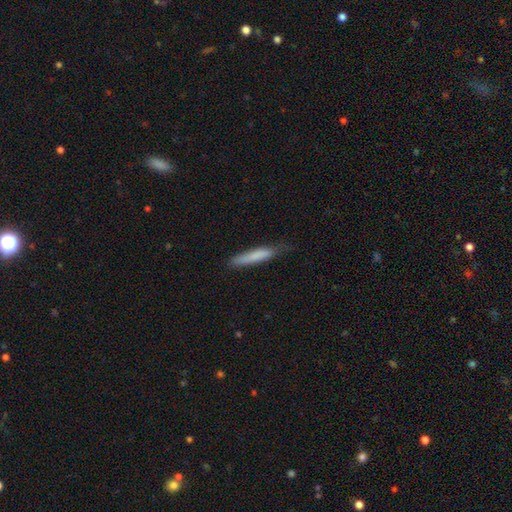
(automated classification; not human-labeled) The model was most divided on "merging": none: 69%, minor disturbance: 25%, major disturbance: 5%, merger: 2%. More confident: how rounded — cigar-shaped (92%); smooth or featured — smooth (76%).